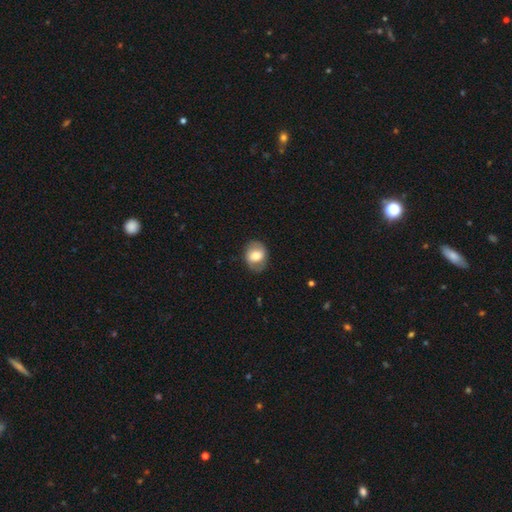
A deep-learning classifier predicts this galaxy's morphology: A smooth galaxy with no disk features (66%) that is in between round and cigar-shaped (51%).

Vote fractions:
- Smooth or featured? smooth: 66% / featured or disk: 26% / star or artifact: 7%
- How rounded? in between: 51% / round: 48% / cigar-shaped: 1%
- Merging? none: 78% / minor disturbance: 15% / major disturbance: 6% / merger: 1%